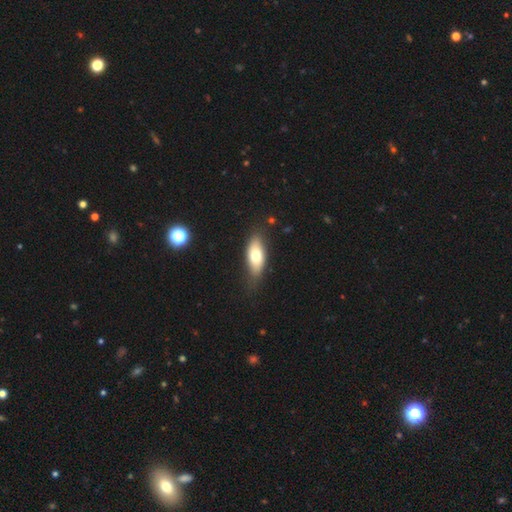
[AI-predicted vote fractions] Q: Smooth or featured?
A: smooth (71%); runner-up: featured or disk (22%)
Q: How rounded?
A: in between (81%); runner-up: cigar-shaped (16%)
Q: Merging?
A: none (73%); runner-up: minor disturbance (21%)